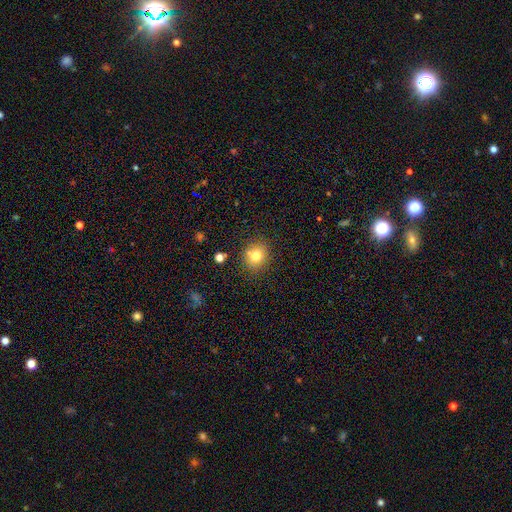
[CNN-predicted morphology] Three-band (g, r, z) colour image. It shows a smooth galaxy with no disk features (76%) that is round (77%). Merging: none (80%).